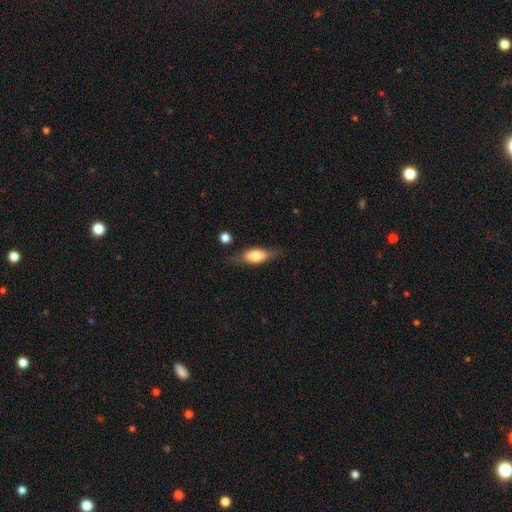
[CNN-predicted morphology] smooth-or-featured: smooth: 58% | featured or disk: 35% | star or artifact: 7%
  how-rounded: in between: 68% | cigar-shaped: 27% | round: 5%
  merging: none: 70% | minor disturbance: 20% | major disturbance: 8% | merger: 3%